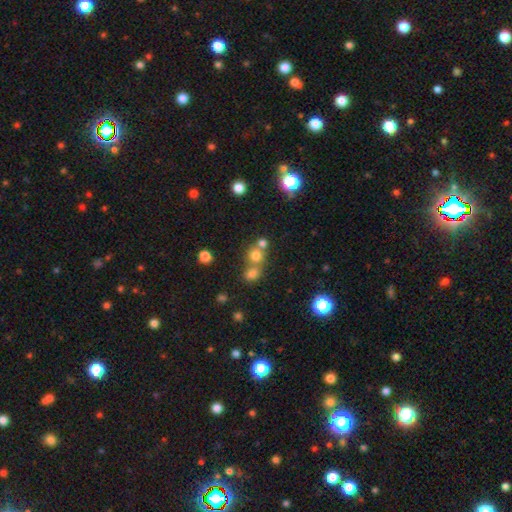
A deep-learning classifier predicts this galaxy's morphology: type=smooth (72%); roundness=round (83%); merging=none (49%).